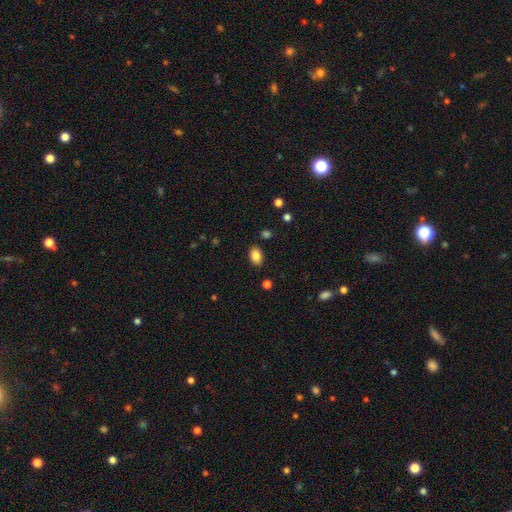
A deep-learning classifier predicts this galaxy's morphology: smooth_or_featured: smooth (p=0.85) [alt: star or artifact p=0.09]
how_rounded: in between (p=0.86) [alt: round p=0.13]
merging: none (p=0.86) [alt: minor disturbance p=0.10]